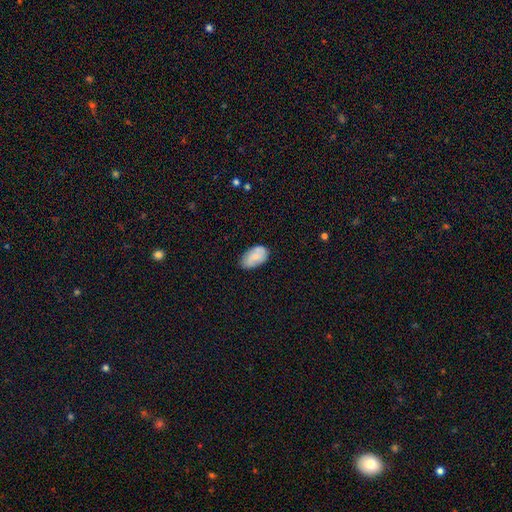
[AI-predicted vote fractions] This appears to be a smooth galaxy with no disk features (73%) that is in between round and cigar-shaped (93%). Merging: none (65%).